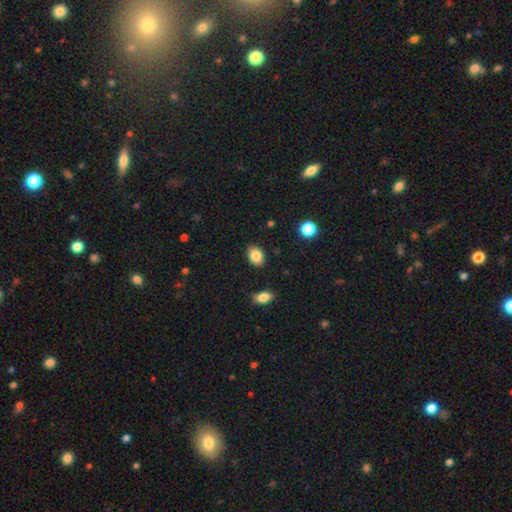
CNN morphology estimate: The model was most divided on "how rounded": in between: 77%, round: 22%, cigar-shaped: 1%. More confident: merging — none (85%); smooth or featured — smooth (84%).